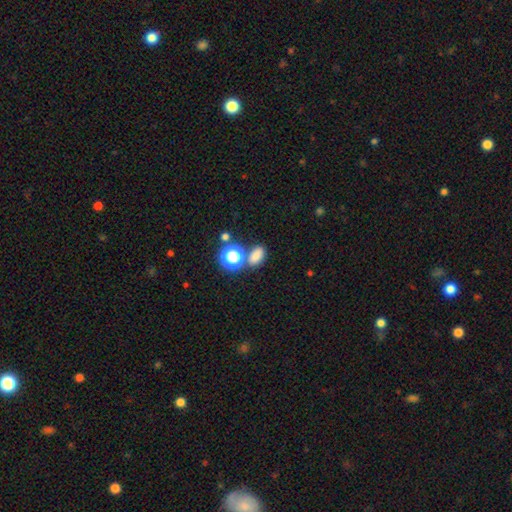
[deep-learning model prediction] smooth_or_featured: smooth (p=0.78) [alt: star or artifact p=0.17]
how_rounded: in between (p=0.75) [alt: round p=0.23]
merging: none (p=0.70) [alt: merger p=0.16]